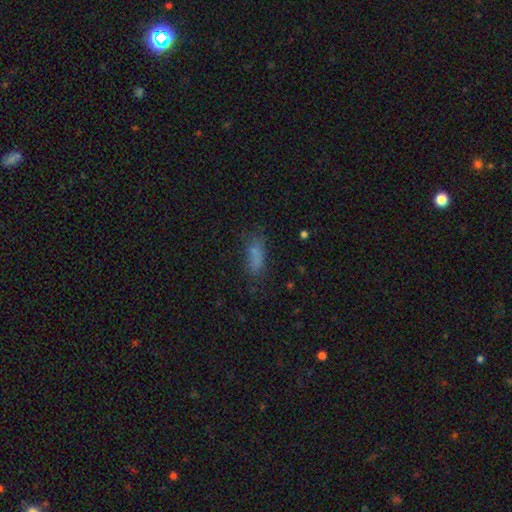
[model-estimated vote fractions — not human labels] A smooth galaxy with no disk features (73%) that is in between round and cigar-shaped (66%). Merging: none (54%).